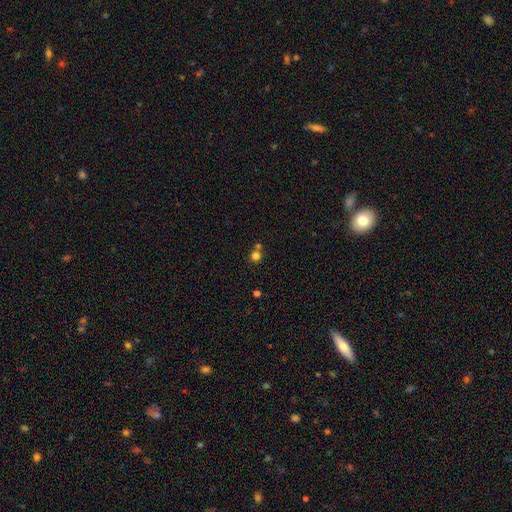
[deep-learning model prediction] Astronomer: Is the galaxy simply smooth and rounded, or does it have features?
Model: smooth — 77%.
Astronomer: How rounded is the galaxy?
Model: round — 88%.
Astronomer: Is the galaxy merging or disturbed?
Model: none — 59%.